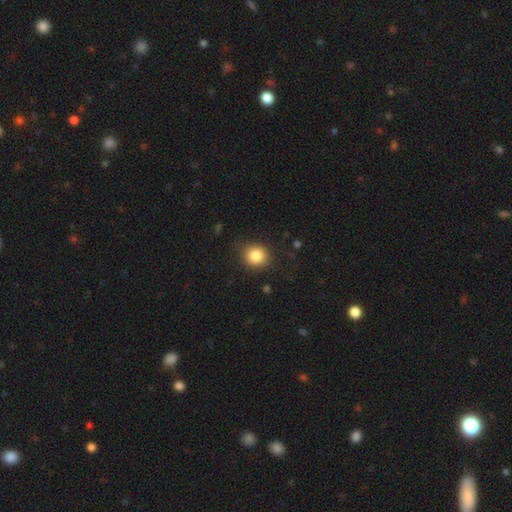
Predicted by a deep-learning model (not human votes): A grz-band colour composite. It shows a smooth galaxy with no disk features (84%) that is round (84%). Merging: none (85%).